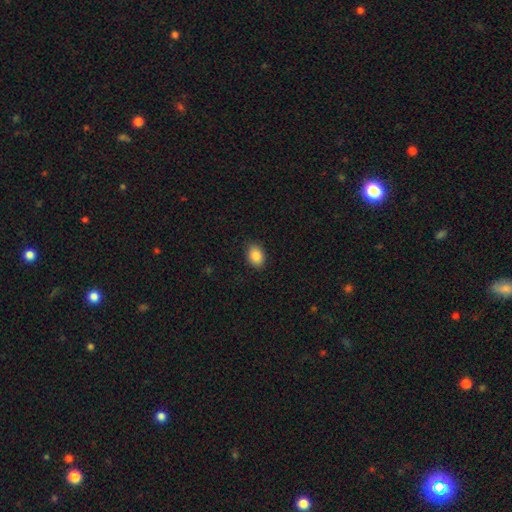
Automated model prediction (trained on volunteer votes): Smooth or featured?
  - smooth: 87% *
  - star or artifact: 8%
  - featured or disk: 5%
How rounded?
  - in between: 72% *
  - round: 27%
  - cigar-shaped: 1%
Merging?
  - none: 89% *
  - minor disturbance: 8%
  - major disturbance: 2%
  - merger: 1%